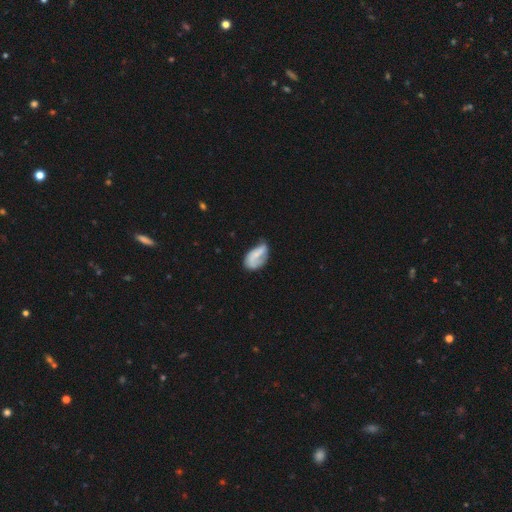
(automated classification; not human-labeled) The model was most divided on "merging": none: 37%, minor disturbance: 34%, major disturbance: 24%, merger: 4%. More confident: how rounded — in between (90%); smooth or featured — smooth (50%).